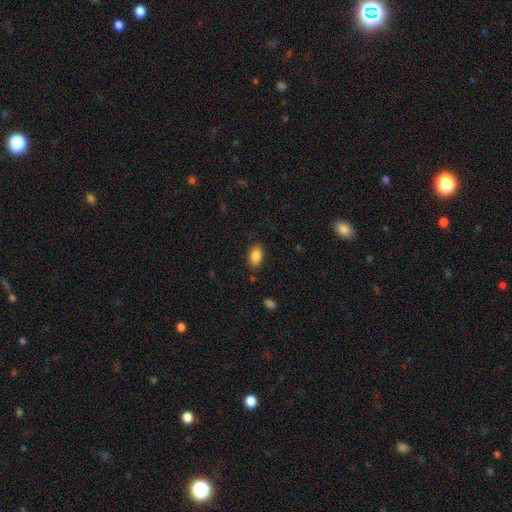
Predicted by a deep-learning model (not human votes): Morphology: type=smooth (87%); roundness=in between (91%); merging=none (84%).